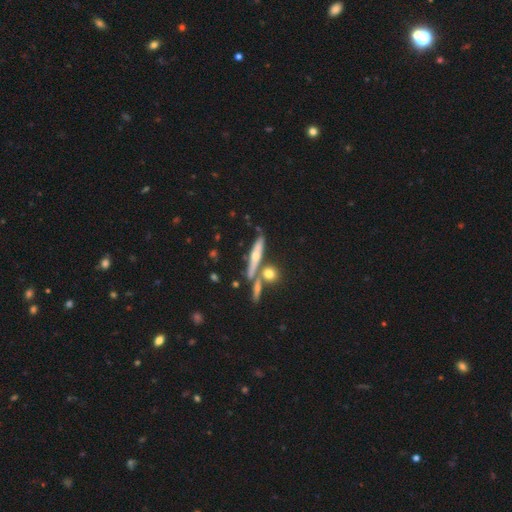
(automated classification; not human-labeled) Smooth or featured: featured or disk — 55% (smooth — 37%)
Edge-on disk: yes — 86% (no — 14%)
Merging: none — 64% (merger — 21%)